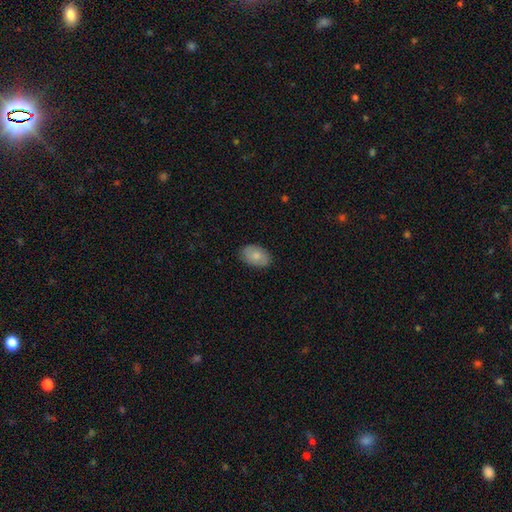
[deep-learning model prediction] Smooth or featured? Predicted: smooth (p=0.79). How rounded? Predicted: in between (p=0.88). Merging? Predicted: none (p=0.85).